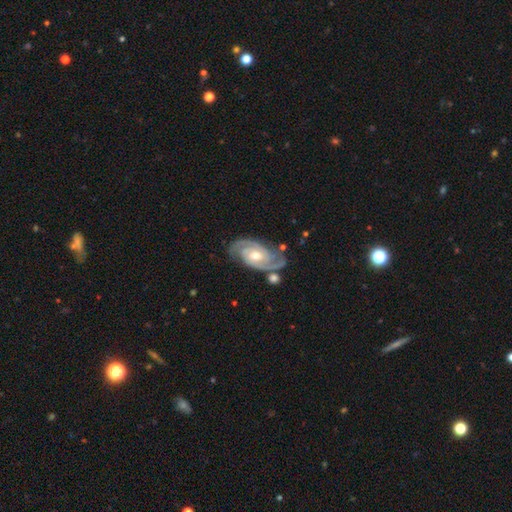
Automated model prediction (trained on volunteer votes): Smooth or featured? featured or disk (92%)
Edge-on disk? no (97%)
Bar? no (59%)
Spiral arms? yes (98%)
Spiral winding? tight (62%)
Spiral arm count? 2 (86%)
Bulge size? moderate (66%)
Merging? none (77%)